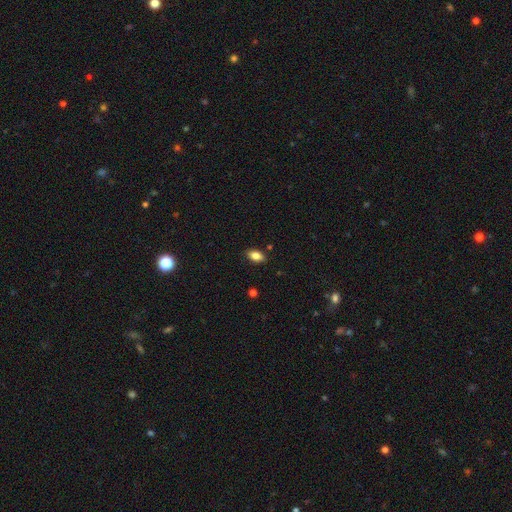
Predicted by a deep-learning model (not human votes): The model was most divided on "smooth or featured": smooth: 83%, star or artifact: 9%, featured or disk: 8%. More confident: how rounded — in between (90%); merging — none (86%).